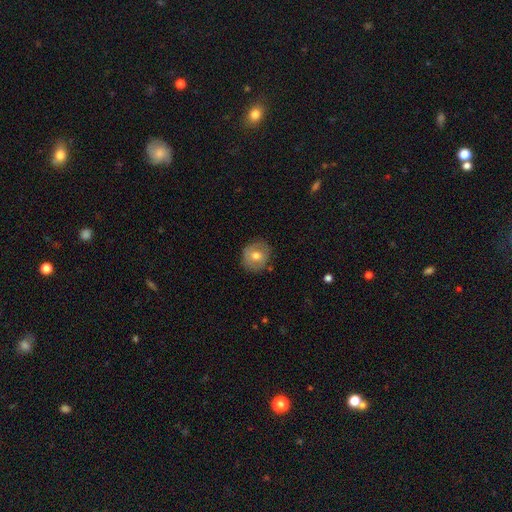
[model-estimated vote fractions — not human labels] A smooth galaxy with no disk features (60%) that is round (83%).

Vote fractions:
- Smooth or featured? smooth: 60% / featured or disk: 32% / star or artifact: 8%
- How rounded? round: 83% / in between: 16% / cigar-shaped: 1%
- Merging? none: 81% / minor disturbance: 14% / major disturbance: 4% / merger: 2%